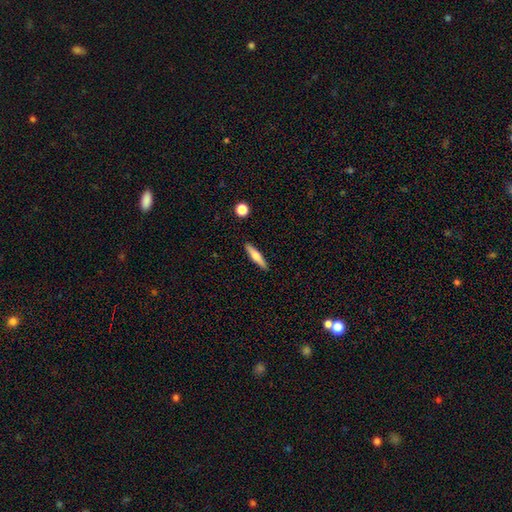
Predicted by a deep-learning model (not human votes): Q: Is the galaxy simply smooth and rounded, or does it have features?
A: smooth — 57%.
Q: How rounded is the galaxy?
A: cigar-shaped — 83%.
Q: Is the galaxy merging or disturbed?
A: none — 90%.